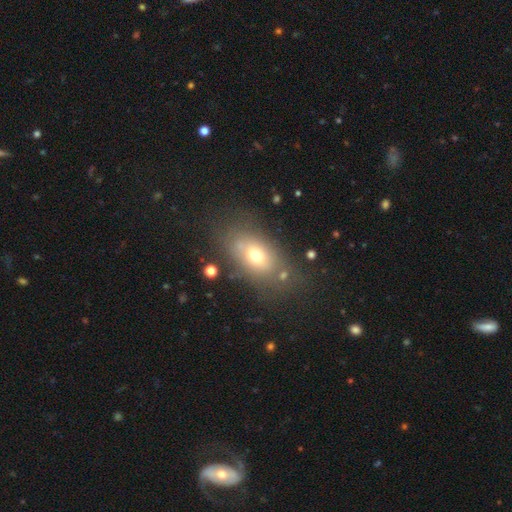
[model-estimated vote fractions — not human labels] smooth 63%, featured or disk 23%, star or artifact 14%. Down the decision tree: how rounded — in between (78%); merging — none (66%).